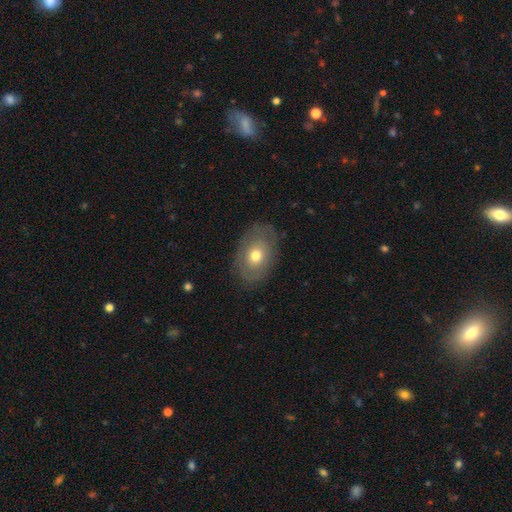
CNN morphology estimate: Q: Smooth or featured?
A: smooth (61%); runner-up: featured or disk (32%)
Q: How rounded?
A: in between (81%); runner-up: round (18%)
Q: Merging?
A: none (79%); runner-up: minor disturbance (15%)